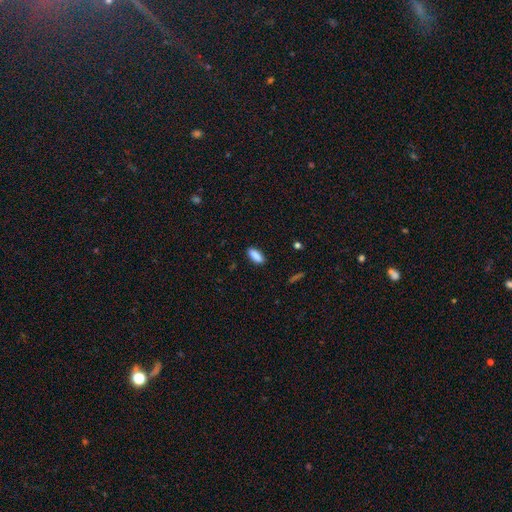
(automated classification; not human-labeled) Morphology: type=smooth (88%); roundness=in between (71%); merging=none (88%).